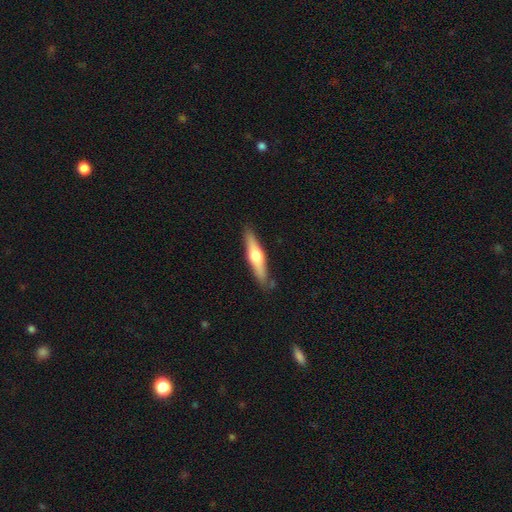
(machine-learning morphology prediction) This appears to be a featured or disk galaxy (54%) viewed edge-on (94%) with a rounded central bulge (92%). Merging: none (84%).